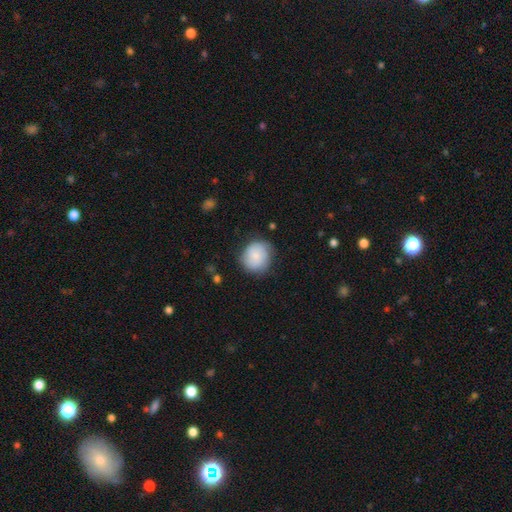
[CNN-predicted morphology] A smooth galaxy with no disk features (78%) that is round (82%).

Vote fractions:
- Smooth or featured? smooth: 78% / featured or disk: 15% / star or artifact: 7%
- How rounded? round: 82% / in between: 17% / cigar-shaped: 1%
- Merging? none: 73% / minor disturbance: 20% / major disturbance: 5% / merger: 1%